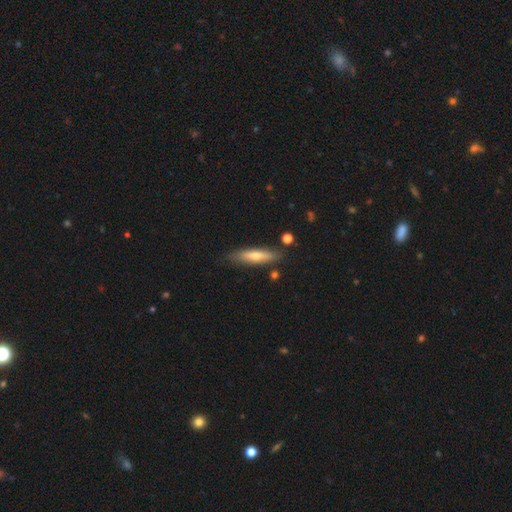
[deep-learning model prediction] Smooth or featured?
  - smooth: 54% *
  - featured or disk: 39%
  - star or artifact: 6%
How rounded?
  - cigar-shaped: 81% *
  - in between: 18%
  - round: 2%
Merging?
  - none: 83% *
  - minor disturbance: 12%
  - merger: 3%
  - major disturbance: 2%